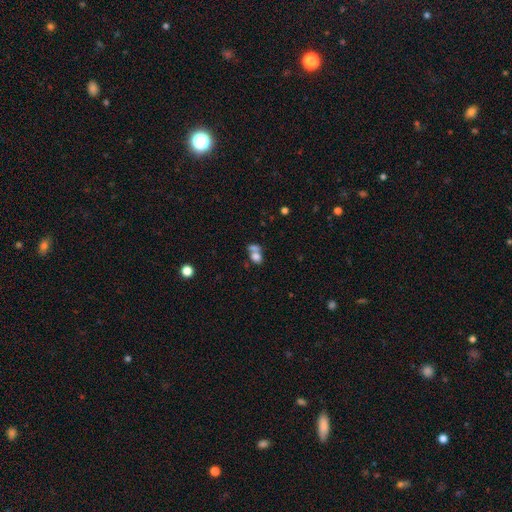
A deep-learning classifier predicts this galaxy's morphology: This appears to be a smooth galaxy with no disk features (73%) that is in between round and cigar-shaped (63%). Merging: merger (60%).